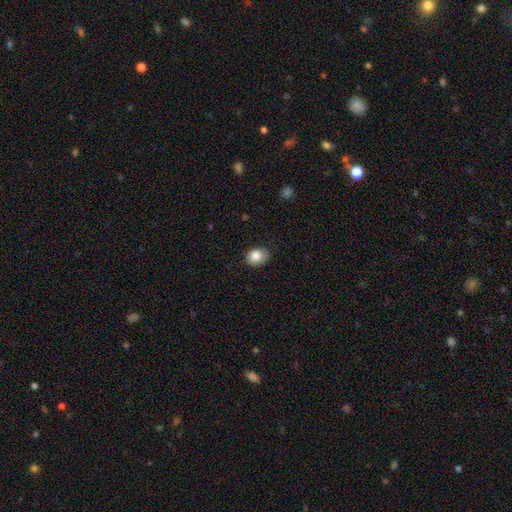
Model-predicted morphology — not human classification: A smooth galaxy with no disk features (85%) that is in between round and cigar-shaped (50%). Merging: none (69%).